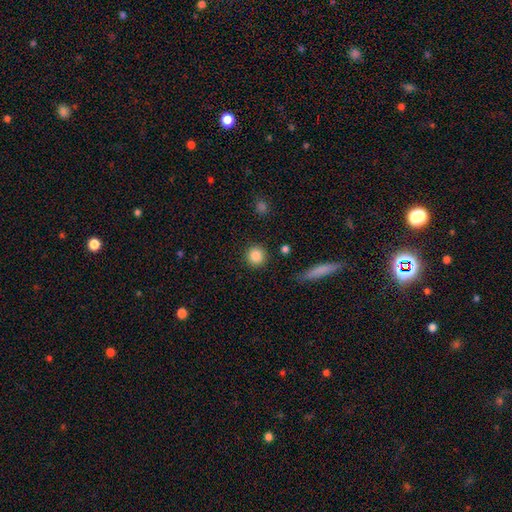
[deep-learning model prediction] Q: Smooth or featured?
A: smooth (85%); runner-up: star or artifact (9%)
Q: How rounded?
A: round (94%); runner-up: in between (5%)
Q: Merging?
A: none (90%); runner-up: minor disturbance (6%)